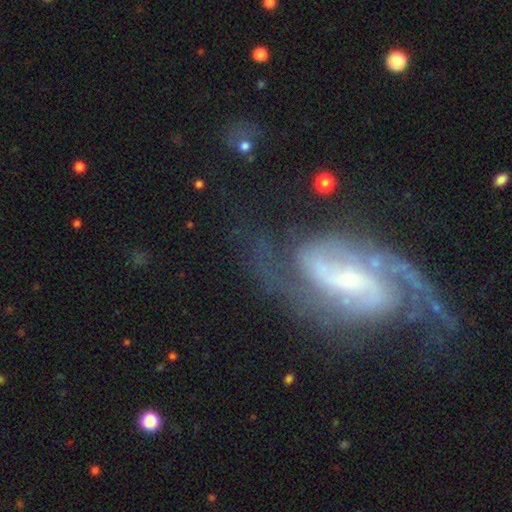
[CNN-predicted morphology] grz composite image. It shows a featured or disk galaxy (85%) with a weak bar (47%), 2 (70%) medium (49%) spiral arms (95%) and a small central bulge (59%). Merging: none (60%).